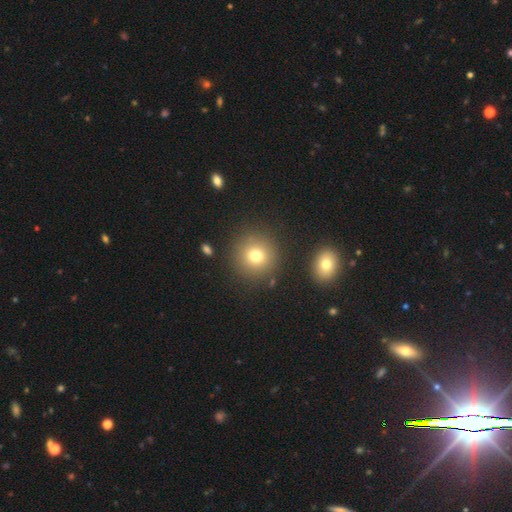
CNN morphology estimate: Smooth or featured: smooth — 76% (star or artifact — 14%)
How rounded: round — 93% (in between — 6%)
Merging: none — 86% (minor disturbance — 7%)